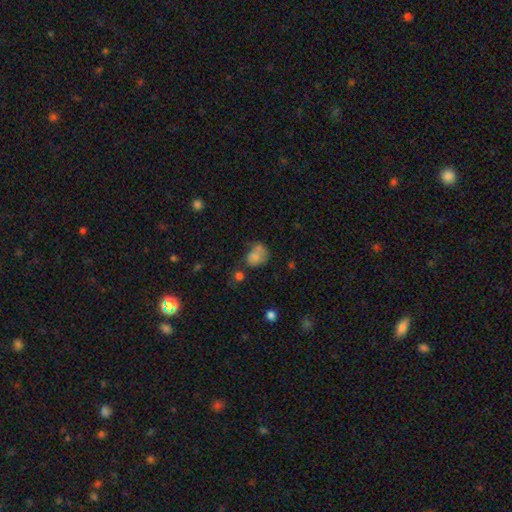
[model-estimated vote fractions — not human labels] smooth-or-featured: smooth: 72% | featured or disk: 16% | star or artifact: 12%
  how-rounded: in between: 56% | round: 43% | cigar-shaped: 1%
  merging: none: 34% | merger: 27% | minor disturbance: 24% | major disturbance: 15%